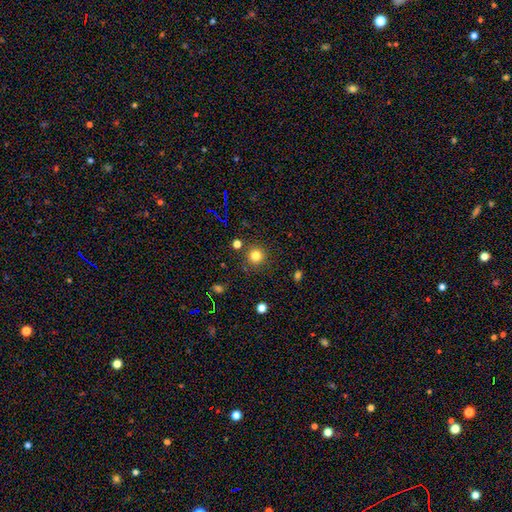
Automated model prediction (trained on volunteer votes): Overall: smooth (79%). How rounded: round (94%). Merging: none (86%).